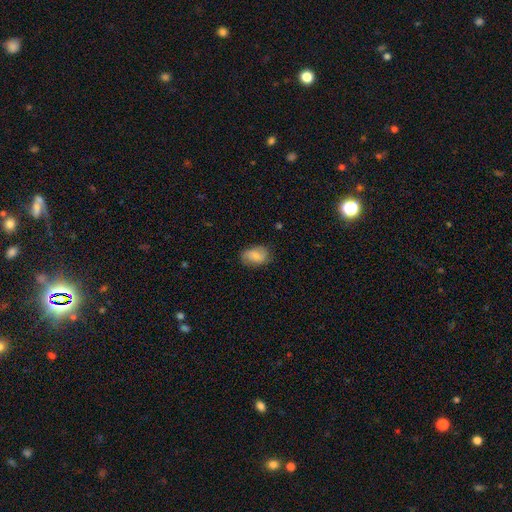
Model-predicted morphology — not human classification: Overall: smooth (77%). How rounded: in between (86%). Merging: none (74%).